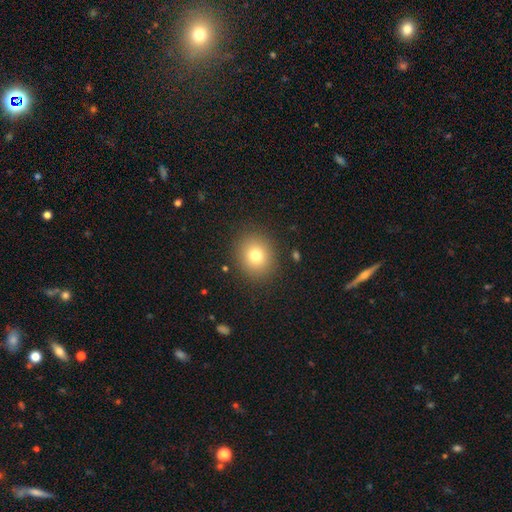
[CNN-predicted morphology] A smooth galaxy with no disk features (76%) that is round (79%).

Vote fractions:
- Smooth or featured? smooth: 76% / star or artifact: 13% / featured or disk: 10%
- How rounded? round: 79% / in between: 20% / cigar-shaped: 1%
- Merging? none: 89% / minor disturbance: 7% / major disturbance: 3% / merger: 1%